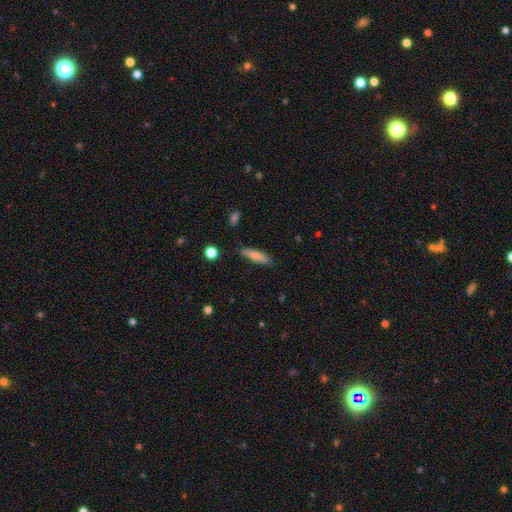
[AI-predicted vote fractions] Smooth or featured: smooth — 77% (featured or disk — 16%)
How rounded: cigar-shaped — 74% (in between — 24%)
Merging: none — 82% (minor disturbance — 13%)